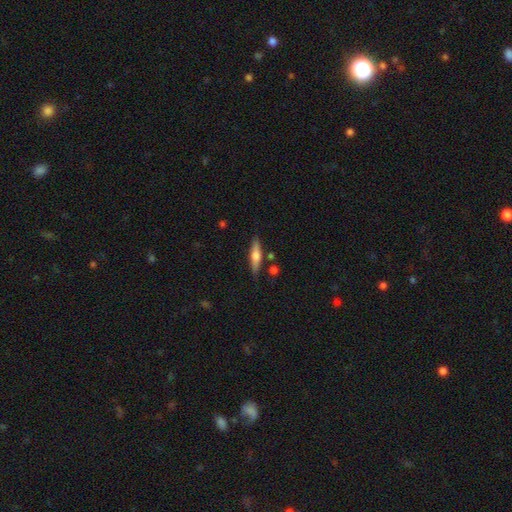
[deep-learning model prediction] Morphology: type=featured or disk (48%); merging=none (80%).